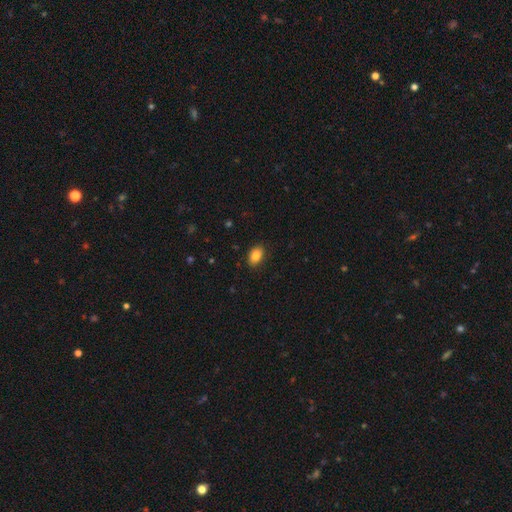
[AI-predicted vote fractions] Smooth or featured? Predicted: smooth (p=0.86). How rounded? Predicted: in between (p=0.85). Merging? Predicted: none (p=0.88).